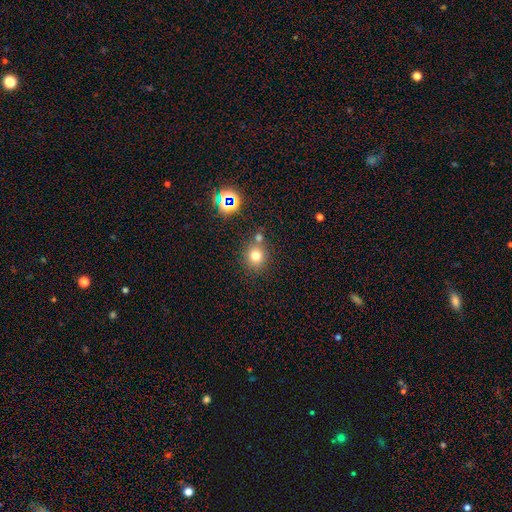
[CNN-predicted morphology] This is likely a smooth galaxy (74%). How rounded: clearly round (86%). Merging: likely none (71%).